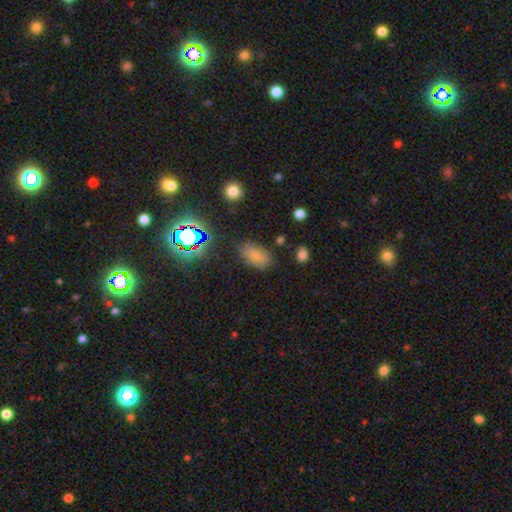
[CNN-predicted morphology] Overall: smooth (74%). How rounded: in between (91%). Merging: none (77%).